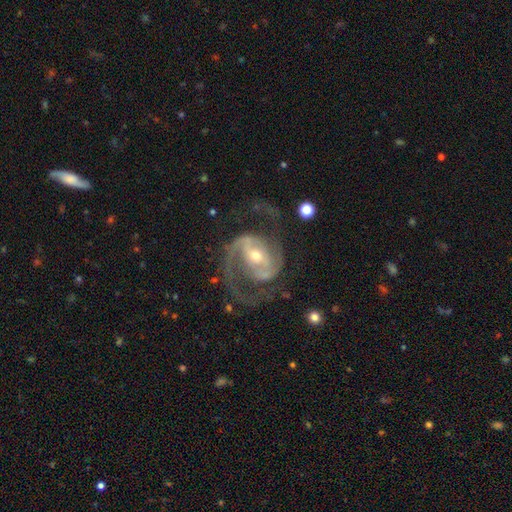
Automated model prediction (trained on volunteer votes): Smooth or featured? featured or disk (91%)
Edge-on disk? no (98%)
Bar? weak (38%)
Spiral arms? yes (97%)
Spiral winding? medium (59%)
Spiral arm count? 2 (90%)
Bulge size? small (52%)
Merging? none (67%)